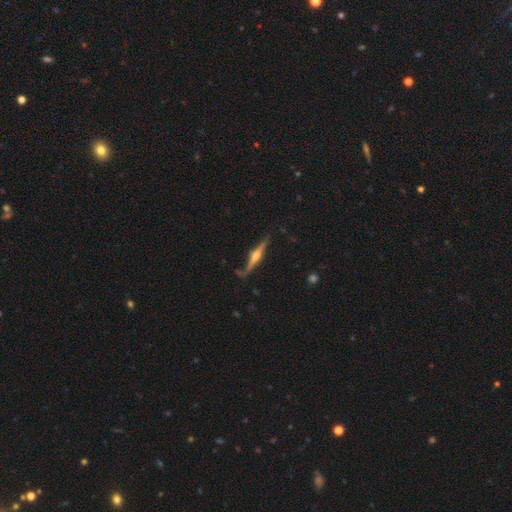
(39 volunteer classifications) A featured or disk galaxy (85%) viewed edge-on (97%) with a rounded central bulge (94%). Merging: none (83%).